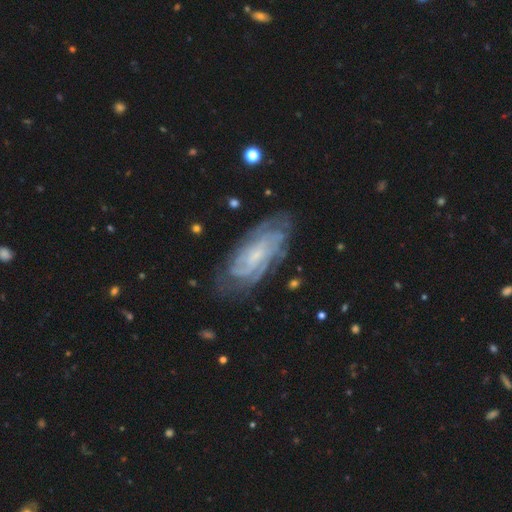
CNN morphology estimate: Smooth or featured: featured or disk — 84% (smooth — 10%)
Edge-on disk: no — 93% (yes — 7%)
Bar: no — 56% (weak — 35%)
Spiral arms: yes — 96% (no — 4%)
Spiral winding: tight — 68% (medium — 27%)
Spiral arm count: can't tell — 37% (2 — 20%)
Bulge size: small — 69% (moderate — 15%)
Merging: none — 73% (minor disturbance — 18%)